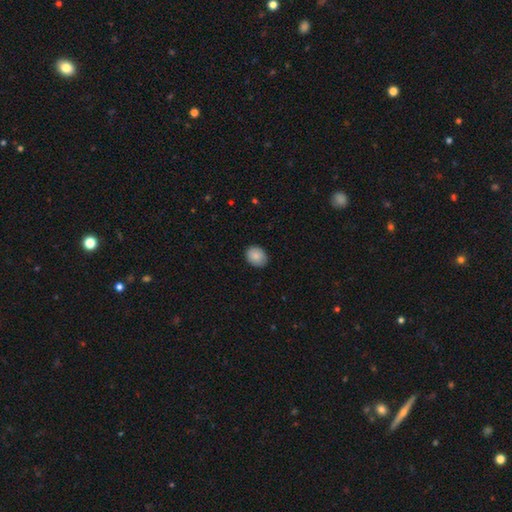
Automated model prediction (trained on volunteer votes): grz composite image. It shows a smooth galaxy with no disk features (87%) that is in between round and cigar-shaped (53%). Merging: none (88%).